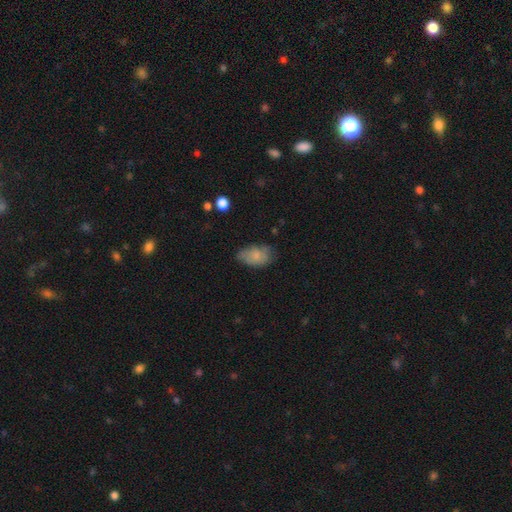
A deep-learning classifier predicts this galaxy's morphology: Smooth or featured?
  - smooth: 77% *
  - featured or disk: 15%
  - star or artifact: 8%
How rounded?
  - in between: 92% *
  - round: 6%
  - cigar-shaped: 2%
Merging?
  - none: 58% *
  - minor disturbance: 31%
  - major disturbance: 9%
  - merger: 2%